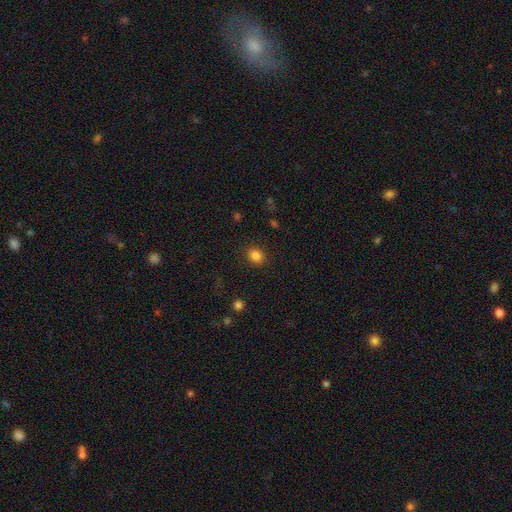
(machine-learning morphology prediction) smooth_or_featured: smooth (p=0.85) [alt: star or artifact p=0.11]
how_rounded: round (p=0.65) [alt: in between p=0.34]
merging: none (p=0.89) [alt: minor disturbance p=0.07]